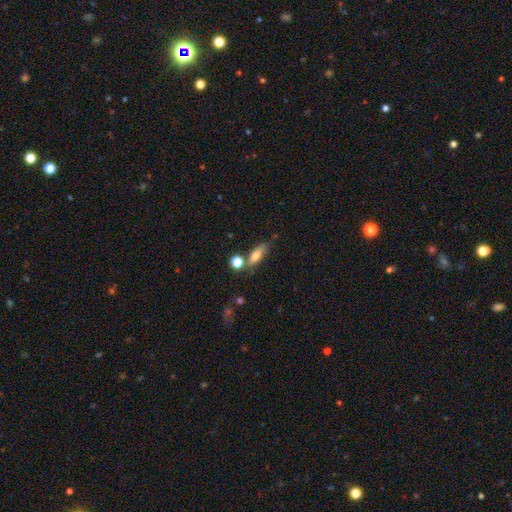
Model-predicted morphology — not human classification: Smooth or featured: smooth — 67% (featured or disk — 23%)
How rounded: in between — 53% (cigar-shaped — 41%)
Merging: none — 64% (minor disturbance — 17%)